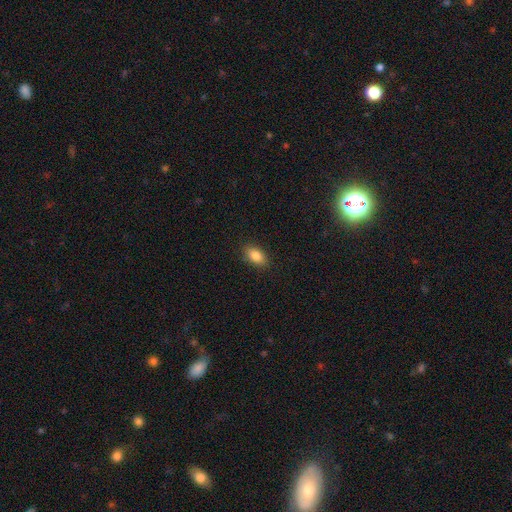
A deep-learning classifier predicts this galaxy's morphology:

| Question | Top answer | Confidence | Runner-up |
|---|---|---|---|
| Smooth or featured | smooth | 86% | star or artifact (8%) |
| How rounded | in between | 90% | round (7%) |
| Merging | none | 88% | minor disturbance (9%) |